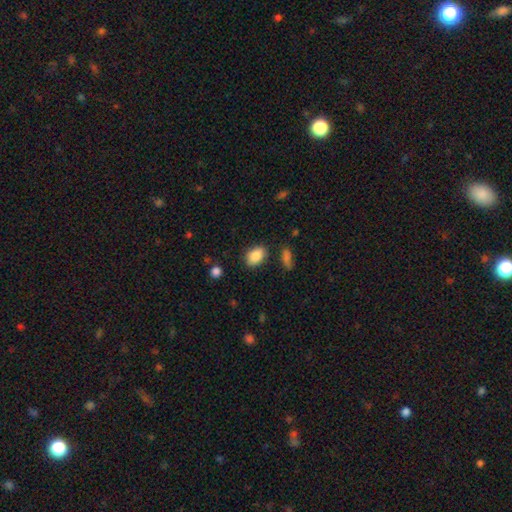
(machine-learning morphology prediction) This is clearly a smooth galaxy (86%). How rounded: clearly in between (85%). Merging: clearly none (82%).